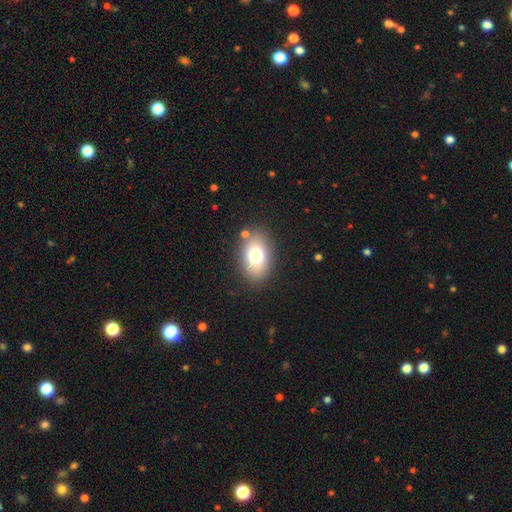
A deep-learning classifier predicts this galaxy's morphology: A smooth galaxy with no disk features (73%) that is in between round and cigar-shaped (82%).

Vote fractions:
- Smooth or featured? smooth: 73% / featured or disk: 16% / star or artifact: 11%
- How rounded? in between: 82% / round: 16% / cigar-shaped: 1%
- Merging? none: 82% / minor disturbance: 10% / major disturbance: 4% / merger: 4%